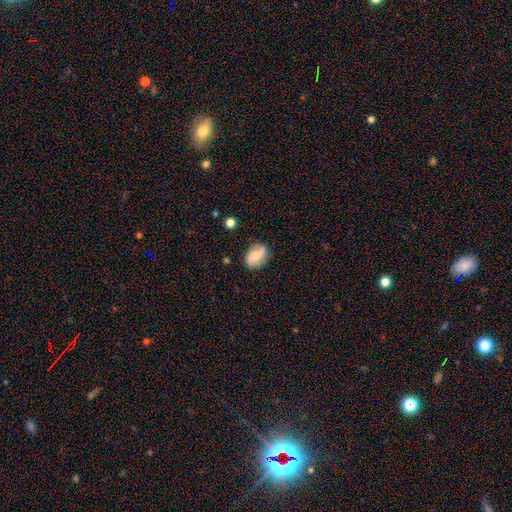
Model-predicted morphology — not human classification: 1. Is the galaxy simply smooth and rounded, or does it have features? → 54% smooth, 38% featured or disk, 8% star or artifact.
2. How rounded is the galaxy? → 69% in between, 29% round, 1% cigar-shaped.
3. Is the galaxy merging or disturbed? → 74% none, 19% minor disturbance, 5% major disturbance, 2% merger.